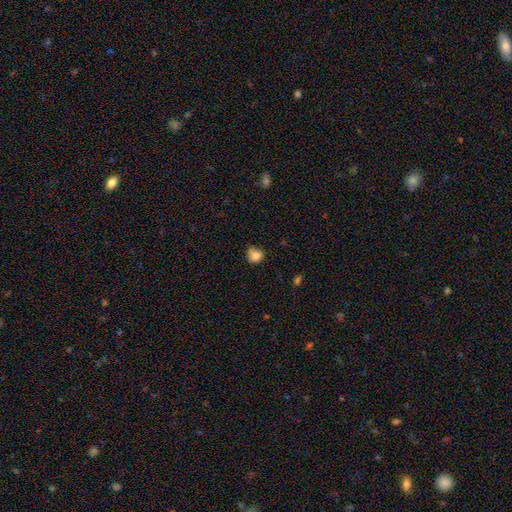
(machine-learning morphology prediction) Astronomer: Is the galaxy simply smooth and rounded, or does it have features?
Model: smooth — 80%.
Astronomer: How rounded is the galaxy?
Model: round — 77%.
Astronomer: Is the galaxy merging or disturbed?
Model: none — 50% (runner-up: minor disturbance, 36%).